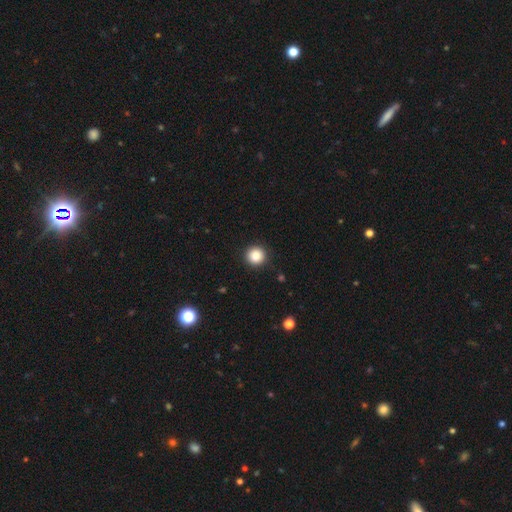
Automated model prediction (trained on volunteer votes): A smooth galaxy with no disk features (85%) that is round (95%). Merging: none (92%).